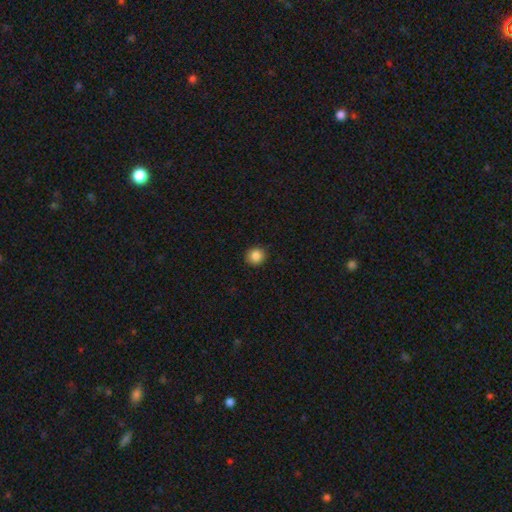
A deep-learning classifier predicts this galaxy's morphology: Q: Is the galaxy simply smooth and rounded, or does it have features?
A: smooth — 86%.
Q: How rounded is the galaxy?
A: round — 88%.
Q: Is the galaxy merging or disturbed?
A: none — 91%.